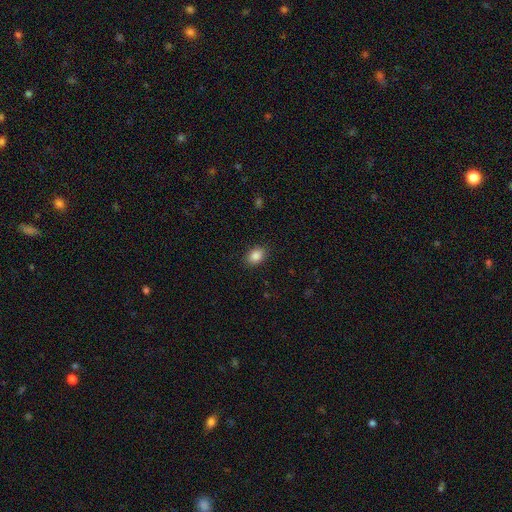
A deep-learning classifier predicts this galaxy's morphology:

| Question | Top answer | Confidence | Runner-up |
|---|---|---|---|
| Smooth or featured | smooth | 87% | star or artifact (8%) |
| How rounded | in between | 76% | round (23%) |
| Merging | none | 88% | minor disturbance (8%) |